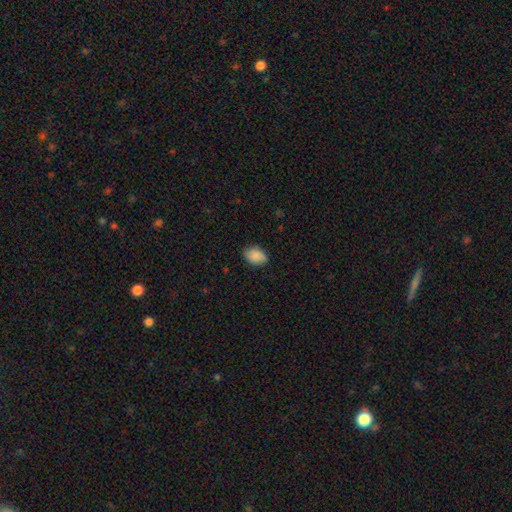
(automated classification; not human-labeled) smooth_or_featured: smooth (p=0.86) [alt: star or artifact p=0.07]
how_rounded: in between (p=0.82) [alt: round p=0.16]
merging: none (p=0.80) [alt: minor disturbance p=0.16]